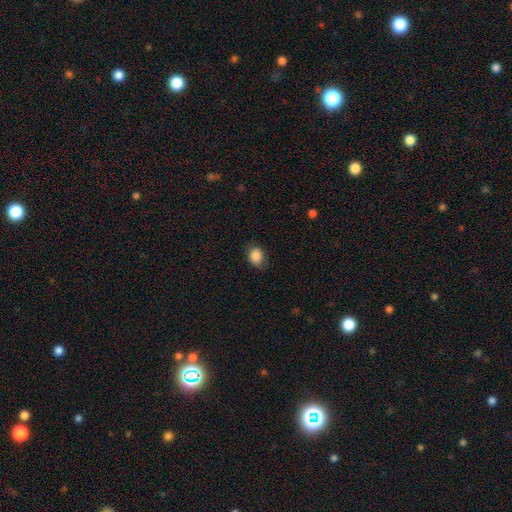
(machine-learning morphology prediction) smooth_or_featured: smooth (p=0.87) [alt: star or artifact p=0.09]
how_rounded: in between (p=0.52) [alt: round p=0.47]
merging: none (p=0.74) [alt: minor disturbance p=0.20]